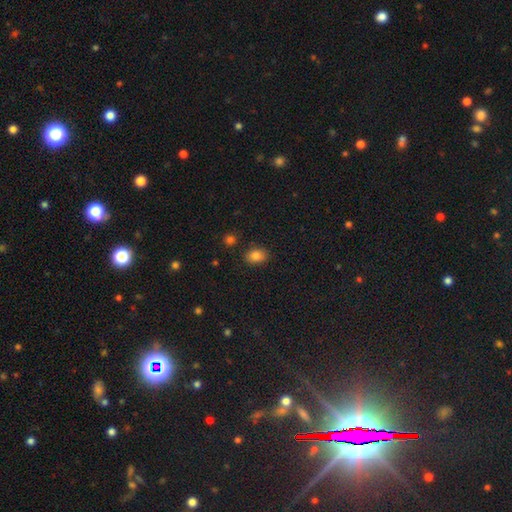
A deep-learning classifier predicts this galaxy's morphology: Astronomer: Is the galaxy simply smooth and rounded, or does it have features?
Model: smooth — 83%.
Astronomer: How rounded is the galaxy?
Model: in between — 75%.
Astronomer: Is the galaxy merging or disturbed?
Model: none — 84%.